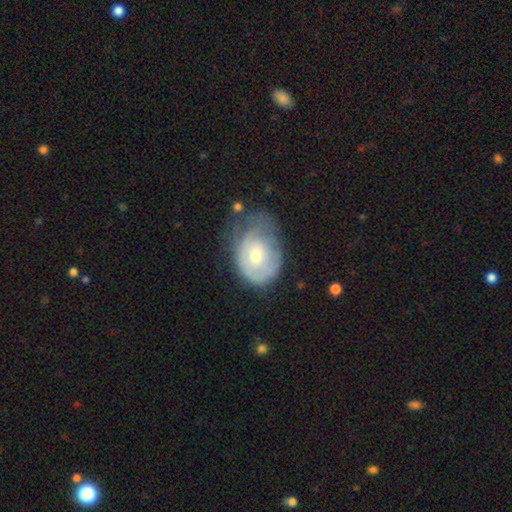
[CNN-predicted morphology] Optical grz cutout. It shows a featured or disk galaxy (52%). Merging: minor disturbance (36%).